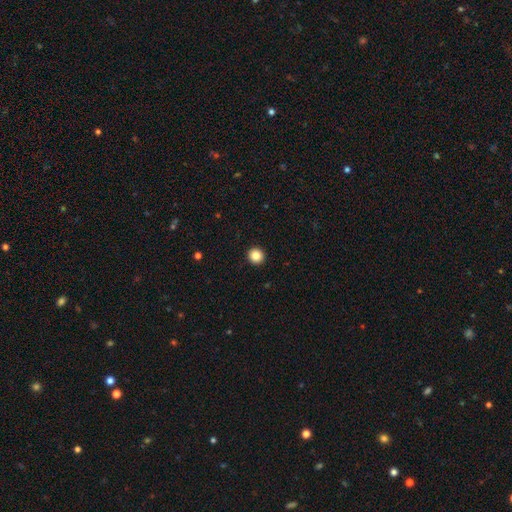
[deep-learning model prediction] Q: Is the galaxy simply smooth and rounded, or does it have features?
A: smooth — 86%.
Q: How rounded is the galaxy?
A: round — 95%.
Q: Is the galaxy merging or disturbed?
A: none — 94%.